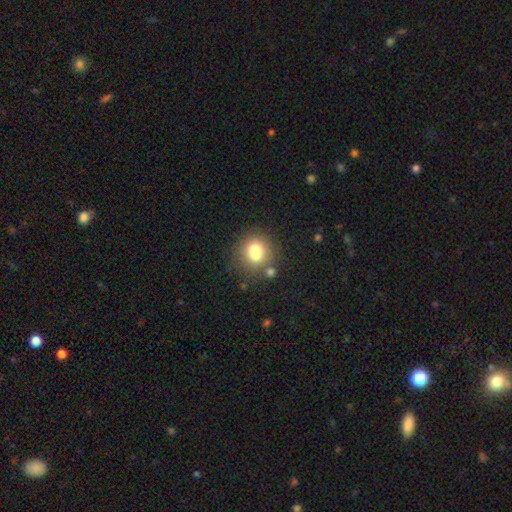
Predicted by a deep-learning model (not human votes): Smooth or featured: smooth — 70% (featured or disk — 19%)
How rounded: round — 84% (in between — 15%)
Merging: none — 49% (merger — 36%)